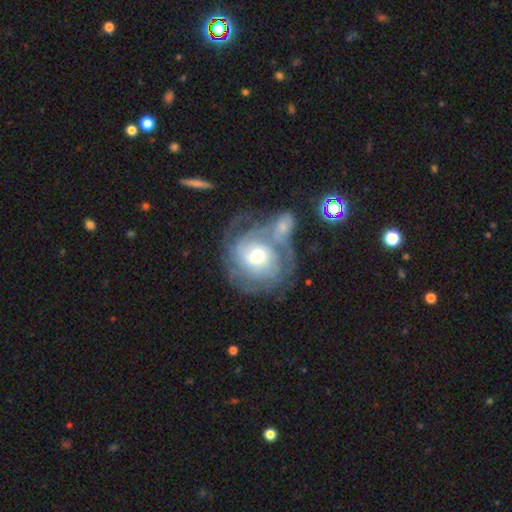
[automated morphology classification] The model was most divided on "merging": none: 37%, merger: 35%, minor disturbance: 15%, major disturbance: 13%. Remaining: edge-on disk — no (97%); spiral arms — yes (89%); smooth or featured — featured or disk (76%); bar — no (62%); spiral winding — tight (61%); bulge size — moderate (60%); spiral arm count — can't tell (44%).